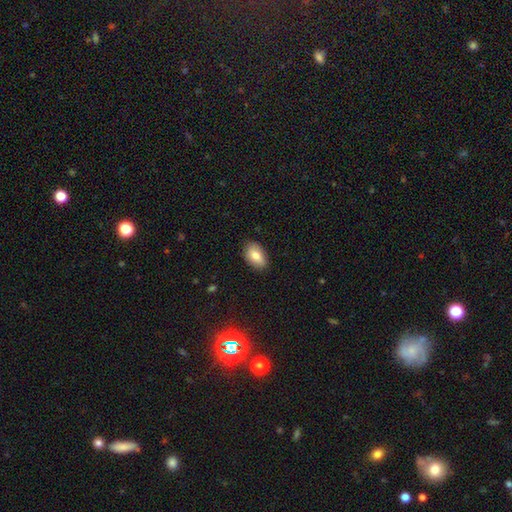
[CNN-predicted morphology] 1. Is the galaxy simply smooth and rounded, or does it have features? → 81% smooth, 12% featured or disk, 7% star or artifact.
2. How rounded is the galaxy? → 92% in between, 6% round, 2% cigar-shaped.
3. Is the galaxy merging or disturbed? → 85% none, 11% minor disturbance, 2% major disturbance, 1% merger.